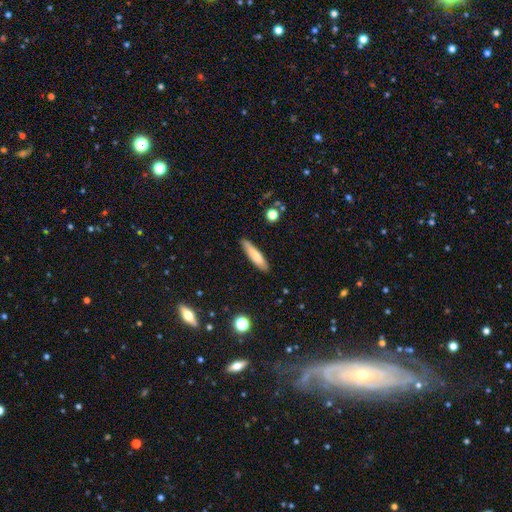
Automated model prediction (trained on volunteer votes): smooth-or-featured: smooth: 77% | featured or disk: 17% | star or artifact: 6%
  how-rounded: cigar-shaped: 81% | in between: 17% | round: 1%
  merging: none: 85% | minor disturbance: 12% | major disturbance: 2% | merger: 1%